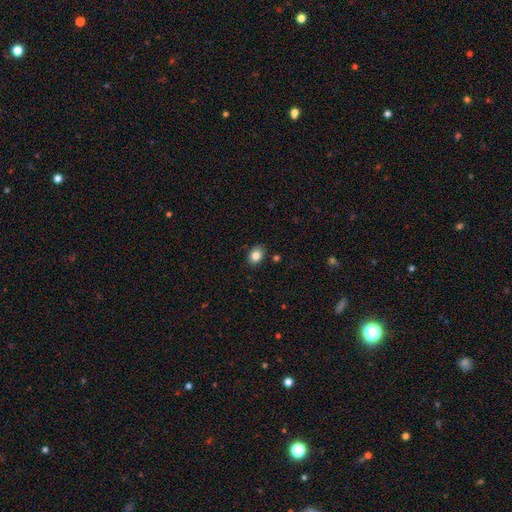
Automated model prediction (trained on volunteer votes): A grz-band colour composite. It shows a smooth galaxy with no disk features (84%) that is in between round and cigar-shaped (64%). Merging: none (86%).